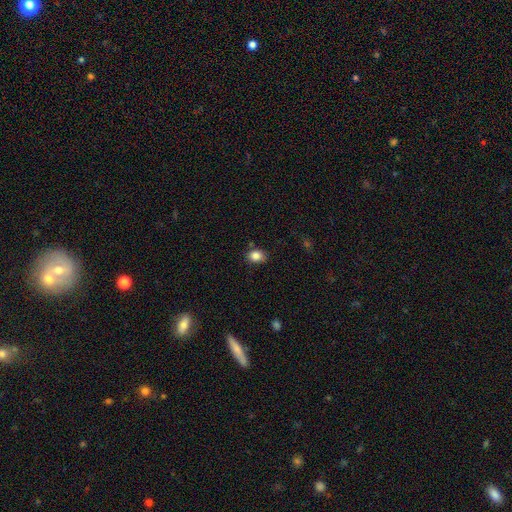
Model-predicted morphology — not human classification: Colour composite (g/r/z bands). It shows a smooth galaxy with no disk features (85%) that is in between round and cigar-shaped (51%). Merging: none (79%).